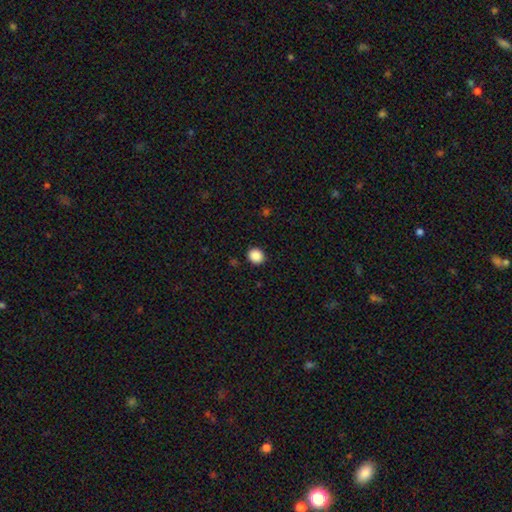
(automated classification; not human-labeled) Smooth or featured? Predicted: smooth (p=0.88). How rounded? Predicted: round (p=0.81). Merging? Predicted: none (p=0.91).